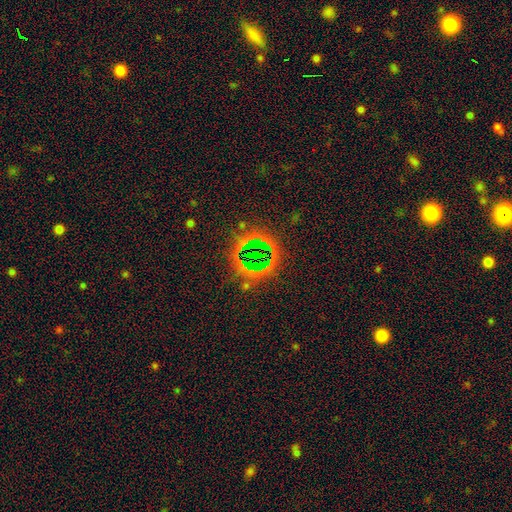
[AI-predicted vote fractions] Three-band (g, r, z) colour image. It shows a star or artifact, not a galaxy (74%).